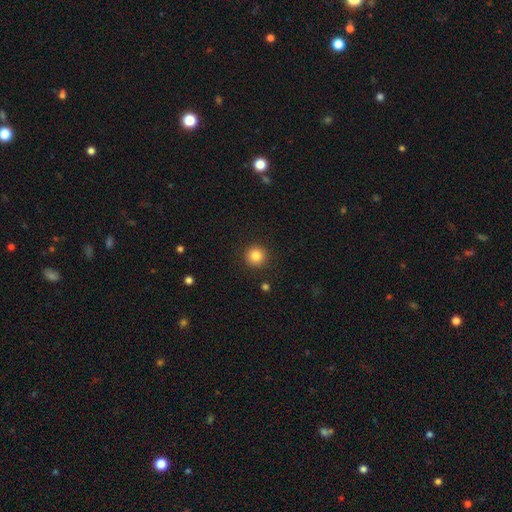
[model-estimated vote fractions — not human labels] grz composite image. It shows a smooth galaxy with no disk features (85%) that is round (95%). Merging: none (91%).